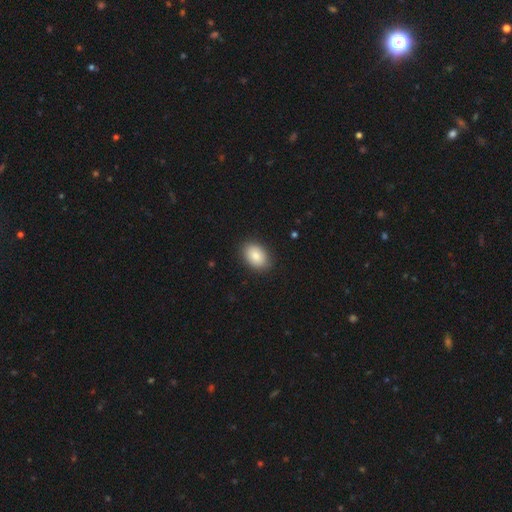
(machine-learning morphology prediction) A smooth galaxy with no disk features (86%) that is in between round and cigar-shaped (83%). Merging: none (88%).